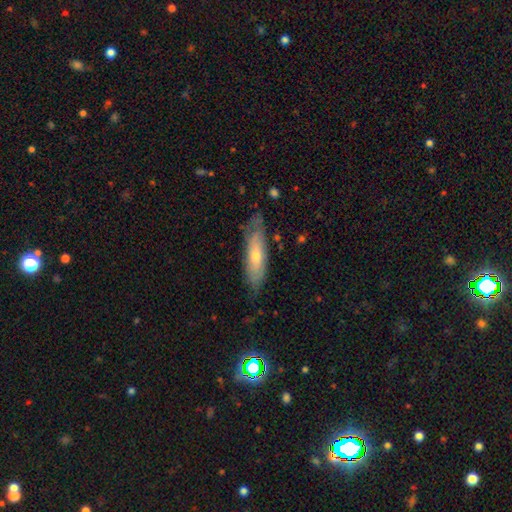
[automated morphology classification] Smooth or featured: smooth — 48% (featured or disk — 46%)
Merging: none — 71% (minor disturbance — 22%)